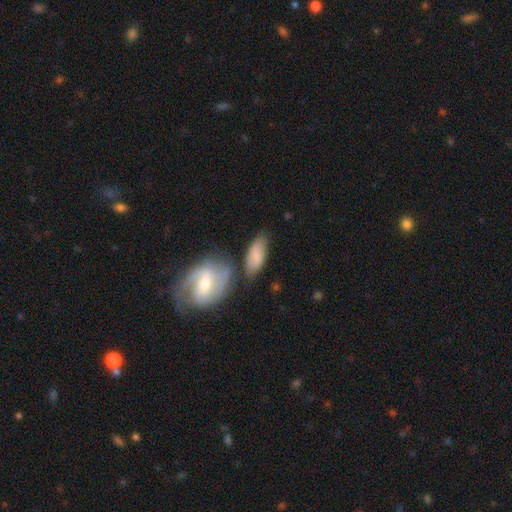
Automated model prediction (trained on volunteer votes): Smooth or featured?
  - smooth: 72% *
  - featured or disk: 22%
  - star or artifact: 6%
How rounded?
  - in between: 82% *
  - cigar-shaped: 14%
  - round: 4%
Merging?
  - none: 61% *
  - minor disturbance: 20%
  - merger: 13%
  - major disturbance: 6%